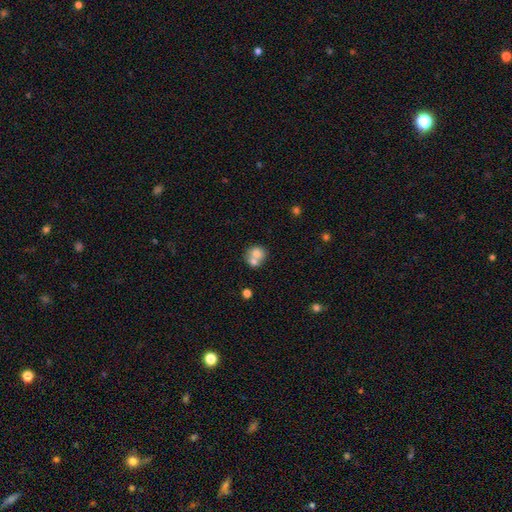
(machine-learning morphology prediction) Smooth or featured?
  - smooth: 71% *
  - featured or disk: 19%
  - star or artifact: 9%
How rounded?
  - round: 74% *
  - in between: 25%
  - cigar-shaped: 1%
Merging?
  - merger: 55% *
  - none: 33%
  - minor disturbance: 8%
  - major disturbance: 4%